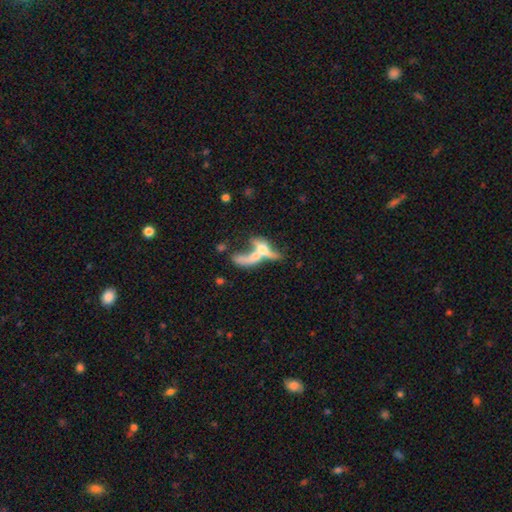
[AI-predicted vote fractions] Overall: featured or disk (53%; smooth 35%). Edge-on disk: yes (51%; no 49%). Merging: merger (59%; none 20%).